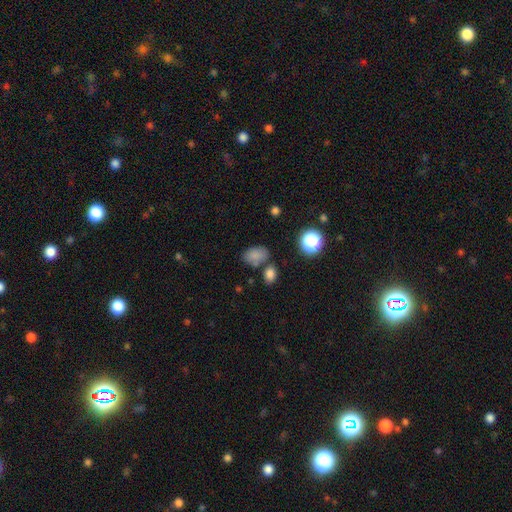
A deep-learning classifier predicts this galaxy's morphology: smooth_or_featured: smooth (p=0.80) [alt: star or artifact p=0.13]
how_rounded: in between (p=0.84) [alt: round p=0.15]
merging: none (p=0.64) [alt: minor disturbance p=0.16]